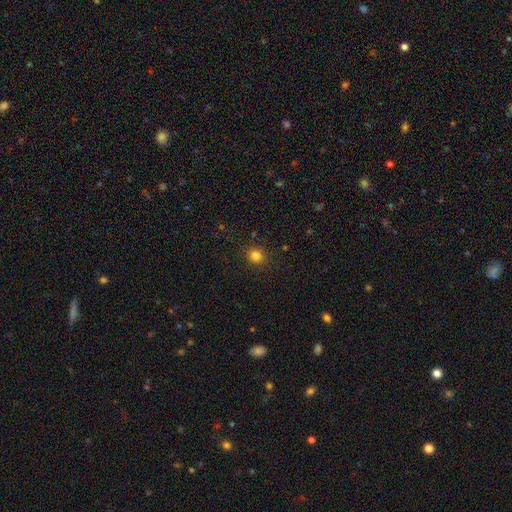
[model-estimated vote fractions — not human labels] Smooth or featured? Predicted: smooth (p=0.81). How rounded? Predicted: round (p=0.87). Merging? Predicted: none (p=0.90).